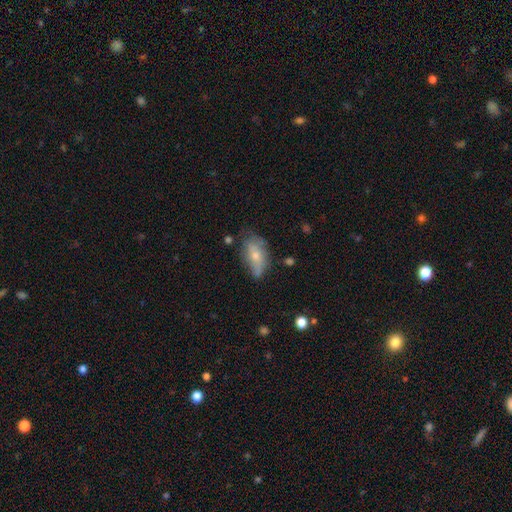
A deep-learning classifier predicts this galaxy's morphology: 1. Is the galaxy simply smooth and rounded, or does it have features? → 57% smooth, 35% featured or disk, 8% star or artifact.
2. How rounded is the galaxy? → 86% in between, 9% cigar-shaped, 5% round.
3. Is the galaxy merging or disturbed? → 50% none, 33% minor disturbance, 13% major disturbance, 4% merger.